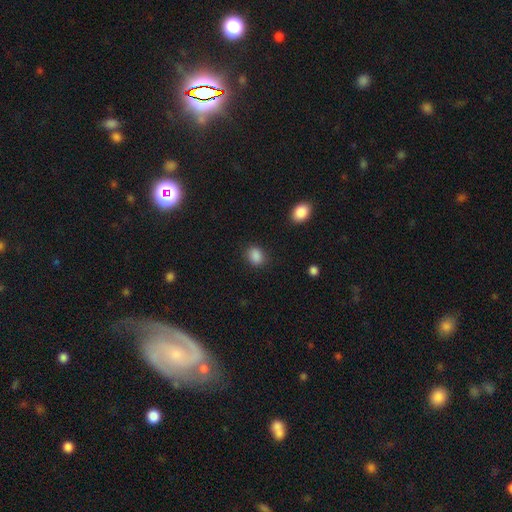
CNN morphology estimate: Smooth or featured?
  - smooth: 87% *
  - star or artifact: 10%
  - featured or disk: 3%
How rounded?
  - in between: 54% *
  - round: 45%
  - cigar-shaped: 1%
Merging?
  - none: 83% *
  - minor disturbance: 12%
  - major disturbance: 3%
  - merger: 2%